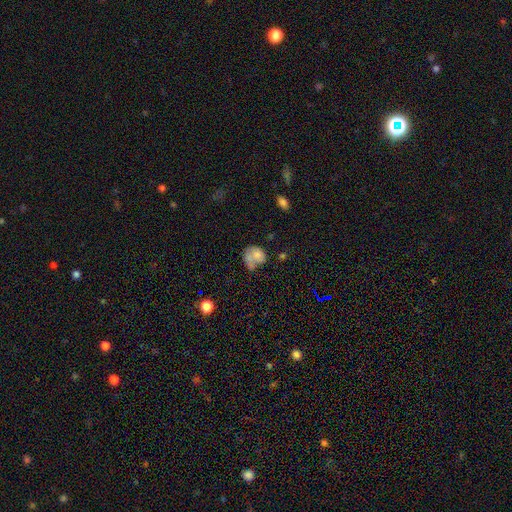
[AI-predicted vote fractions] Overall: smooth (66%). How rounded: round (59%; in between 40%). Merging: none (31%; major disturbance 25%).